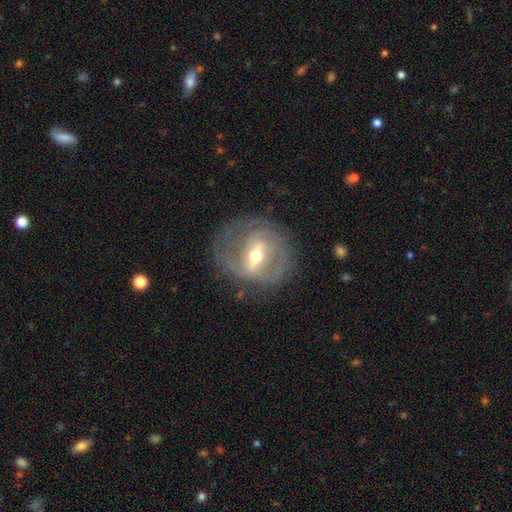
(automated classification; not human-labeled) This appears to be a featured or disk galaxy (71%) with a strong bar (49%), spiral arms (53%) and a moderate central bulge (61%). Merging: none (76%).